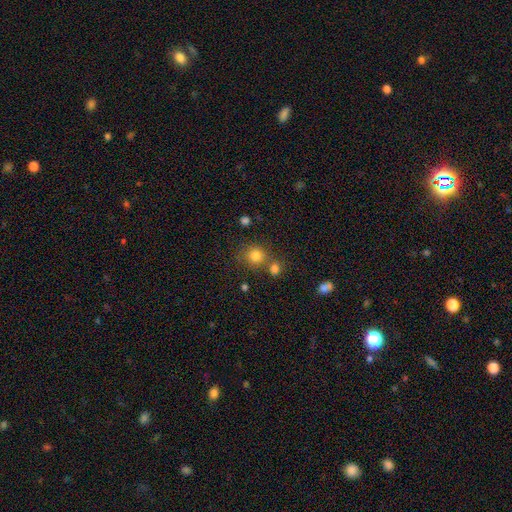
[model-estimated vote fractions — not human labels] This appears to be a smooth galaxy with no disk features (81%) that is round (86%). Merging: none (65%).